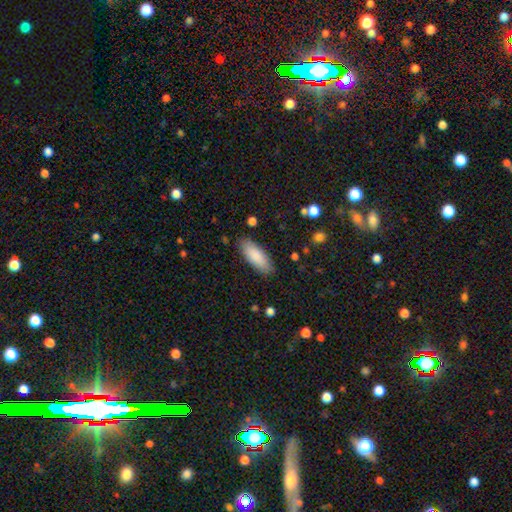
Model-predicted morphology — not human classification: The model was most divided on "how rounded": in between: 73%, cigar-shaped: 26%, round: 1%. More confident: smooth or featured — smooth (87%); merging — none (86%).